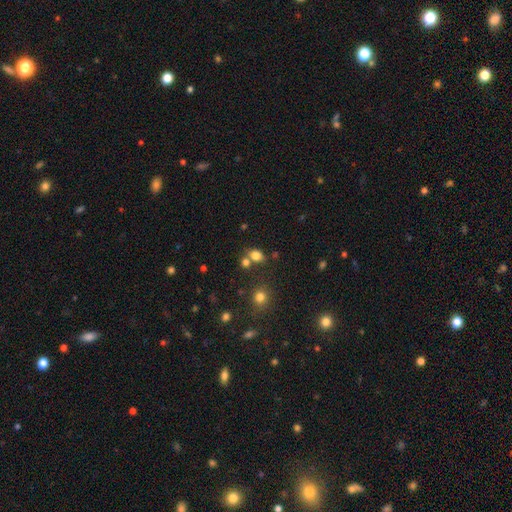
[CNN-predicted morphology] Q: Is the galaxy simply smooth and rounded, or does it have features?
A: smooth — 79%.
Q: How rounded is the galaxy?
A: in between — 63%.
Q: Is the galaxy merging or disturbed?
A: none — 58%.